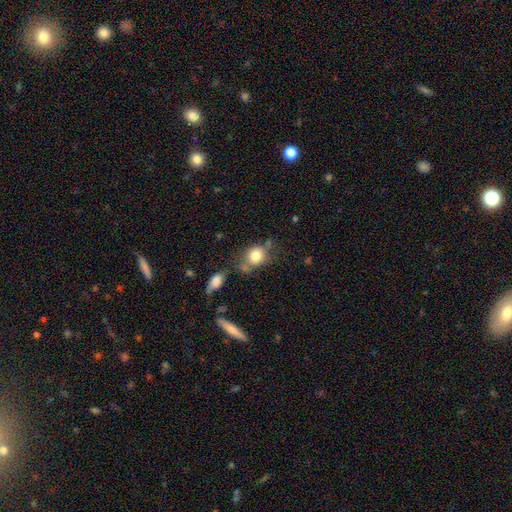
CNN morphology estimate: Smooth or featured: smooth — 80% (featured or disk — 10%)
How rounded: round — 67% (in between — 32%)
Merging: none — 58% (merger — 19%)